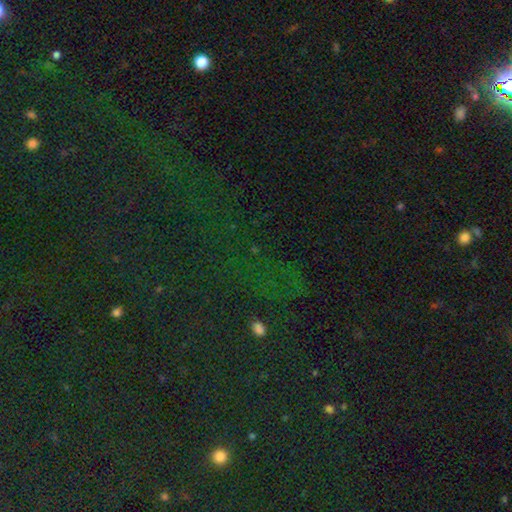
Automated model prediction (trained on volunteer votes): star or artifact 79%, smooth 13%, featured or disk 8%.